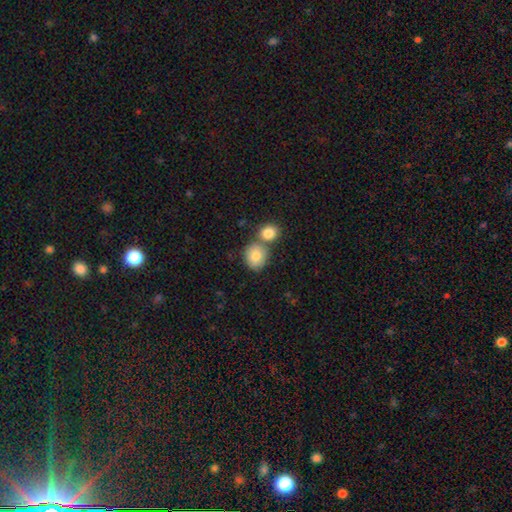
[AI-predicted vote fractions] smooth-or-featured: smooth: 83% | featured or disk: 10% | star or artifact: 8%
  how-rounded: round: 75% | in between: 24% | cigar-shaped: 1%
  merging: none: 50% | merger: 37% | minor disturbance: 10% | major disturbance: 3%